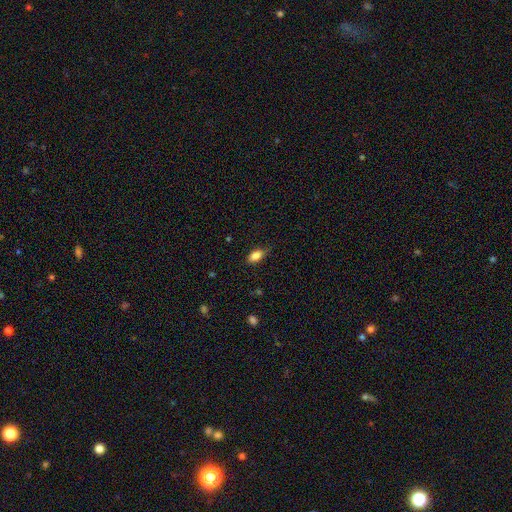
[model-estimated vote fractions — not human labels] Smooth or featured: smooth — 85% (star or artifact — 8%)
How rounded: in between — 89% (round — 6%)
Merging: none — 77% (minor disturbance — 18%)